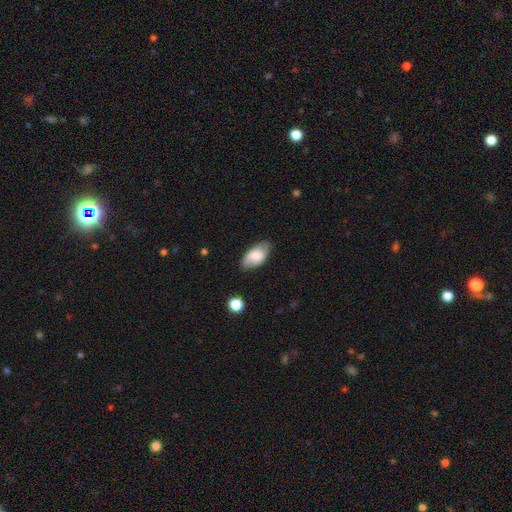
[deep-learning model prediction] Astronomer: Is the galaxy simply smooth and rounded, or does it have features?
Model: smooth — 71%.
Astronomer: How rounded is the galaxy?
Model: in between — 93%.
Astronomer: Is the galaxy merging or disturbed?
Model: none — 74%.